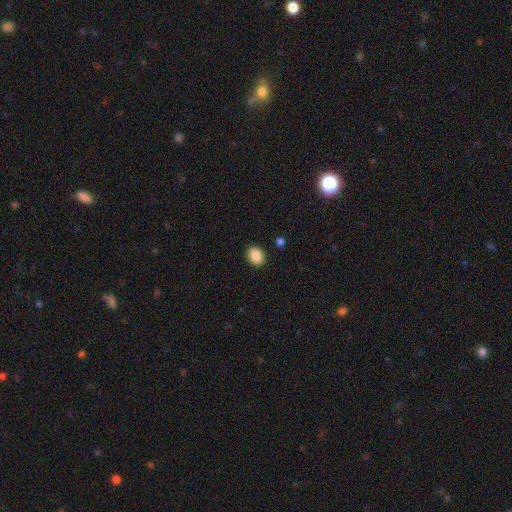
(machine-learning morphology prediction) Smooth or featured? smooth (88%)
How rounded? in between (63%)
Merging? none (89%)